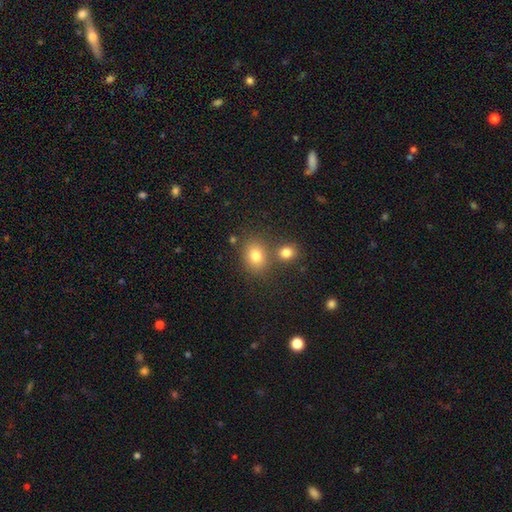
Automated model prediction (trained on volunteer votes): This appears to be a smooth galaxy with no disk features (80%) that is in between round and cigar-shaped (53%). Merging: none (62%).